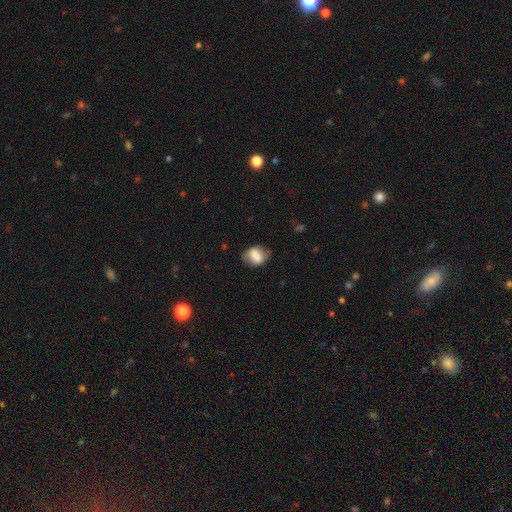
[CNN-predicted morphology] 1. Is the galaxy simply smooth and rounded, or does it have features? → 66% smooth, 26% featured or disk, 8% star or artifact.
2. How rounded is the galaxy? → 63% in between, 34% round, 2% cigar-shaped.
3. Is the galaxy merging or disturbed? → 73% none, 19% minor disturbance, 6% major disturbance, 2% merger.